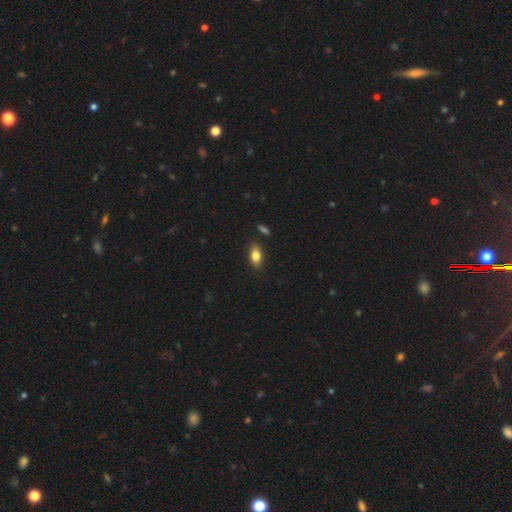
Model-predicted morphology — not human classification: Smooth or featured: smooth — 80% (featured or disk — 12%)
How rounded: in between — 87% (round — 7%)
Merging: none — 85% (minor disturbance — 11%)